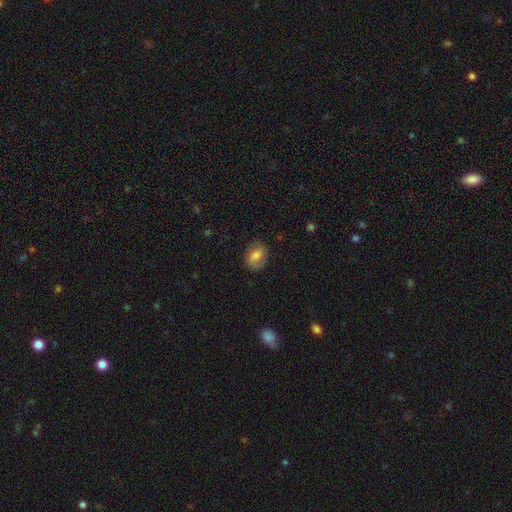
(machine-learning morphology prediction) smooth 64%, featured or disk 27%, star or artifact 8%. Down the decision tree: how rounded — in between (63%); merging — none (76%).